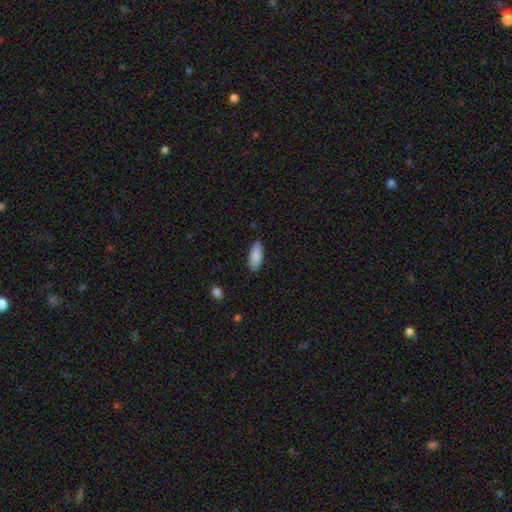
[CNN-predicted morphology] This appears to be a smooth galaxy with no disk features (87%) that is in between round and cigar-shaped (78%). Merging: none (85%).